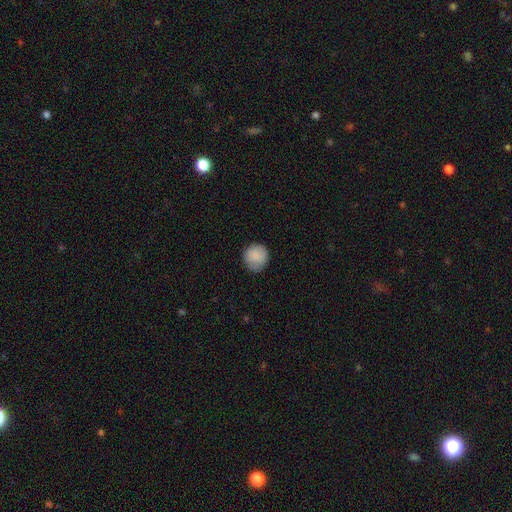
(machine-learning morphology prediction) Smooth or featured? smooth (88%)
How rounded? round (92%)
Merging? none (82%)